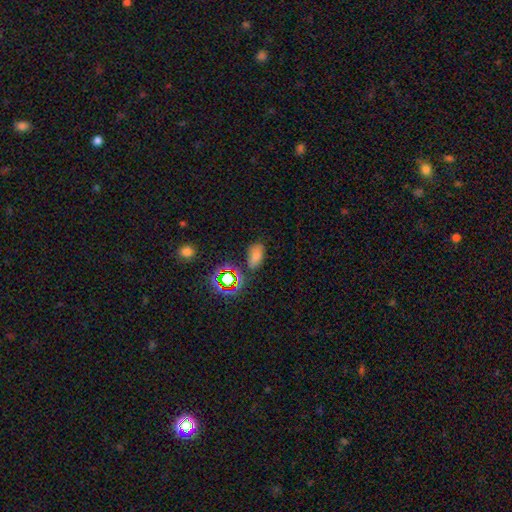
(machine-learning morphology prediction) smooth_or_featured: smooth (p=0.68) [alt: star or artifact p=0.24]
how_rounded: in between (p=0.90) [alt: round p=0.08]
merging: none (p=0.68) [alt: minor disturbance p=0.20]